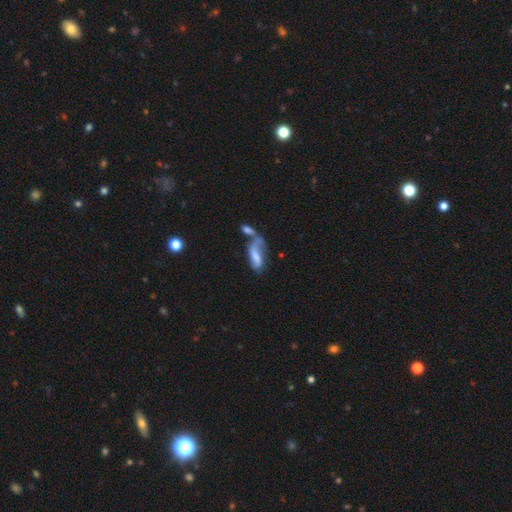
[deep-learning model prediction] Overall: smooth (53%; featured or disk 38%). How rounded: in between (76%). Merging: merger (46%; major disturbance 20%).